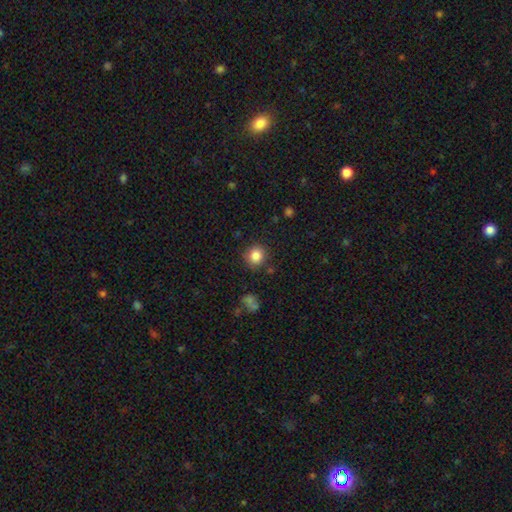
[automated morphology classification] The model was most divided on "smooth or featured": smooth: 85%, star or artifact: 10%, featured or disk: 5%. More confident: how rounded — round (88%); merging — none (86%).